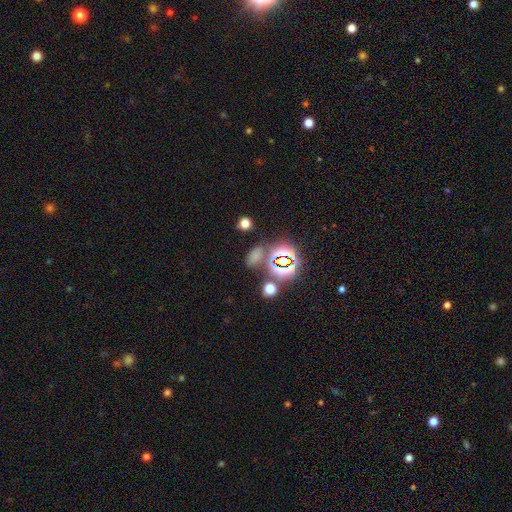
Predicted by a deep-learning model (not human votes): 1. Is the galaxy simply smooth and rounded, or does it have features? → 54% smooth, 39% star or artifact, 7% featured or disk.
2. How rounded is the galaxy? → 75% in between, 21% round, 4% cigar-shaped.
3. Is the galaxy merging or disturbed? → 68% none, 14% minor disturbance, 11% merger, 7% major disturbance.